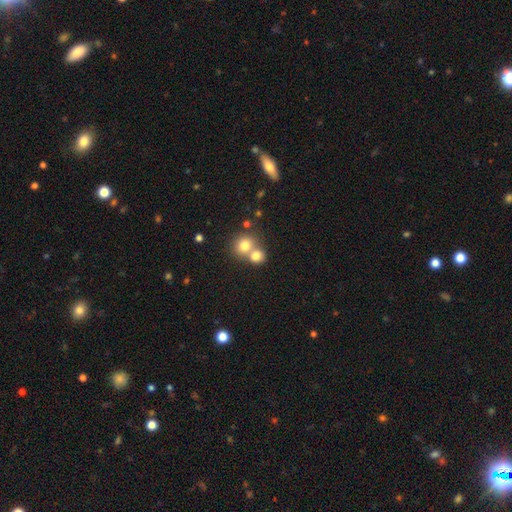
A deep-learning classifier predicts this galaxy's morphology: Smooth or featured? Predicted: smooth (p=0.77). How rounded? Predicted: round (p=0.76). Merging? Predicted: merger (p=0.55).